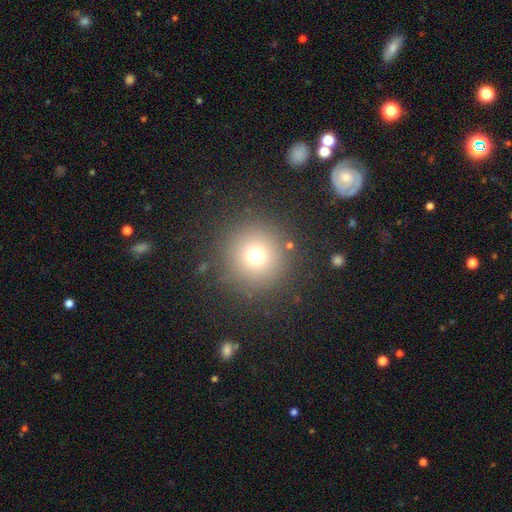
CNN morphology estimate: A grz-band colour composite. It shows a smooth galaxy with no disk features (72%) that is round (96%). Merging: none (88%).